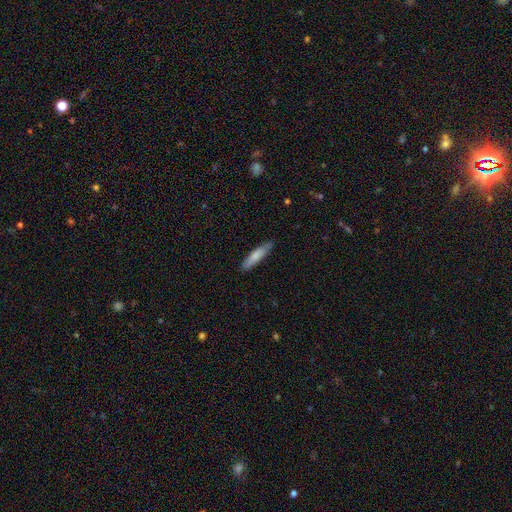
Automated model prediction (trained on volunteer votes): Q: Smooth or featured?
A: smooth (76%); runner-up: featured or disk (19%)
Q: How rounded?
A: cigar-shaped (80%); runner-up: in between (18%)
Q: Merging?
A: none (80%); runner-up: minor disturbance (16%)